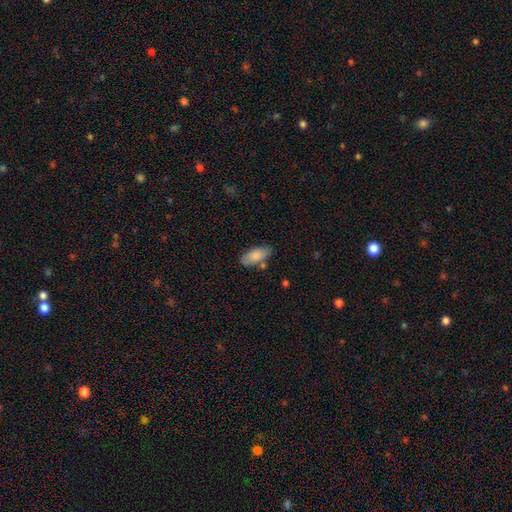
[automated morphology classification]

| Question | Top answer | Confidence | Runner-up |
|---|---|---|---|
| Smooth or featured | smooth | 82% | featured or disk (11%) |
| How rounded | in between | 84% | cigar-shaped (13%) |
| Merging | none | 73% | minor disturbance (17%) |